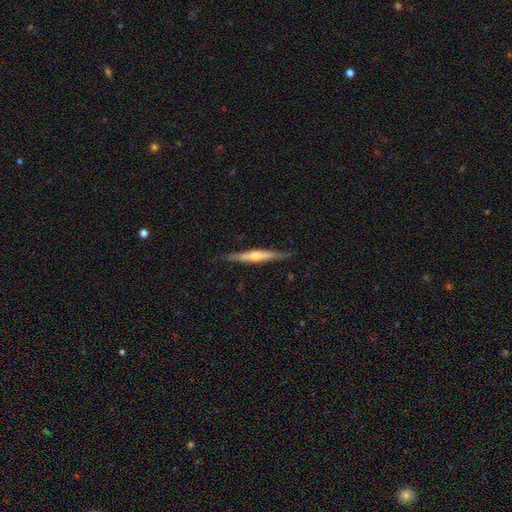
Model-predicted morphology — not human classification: A featured or disk galaxy (55%) viewed edge-on (95%) with a rounded central bulge (67%). Merging: none (82%).